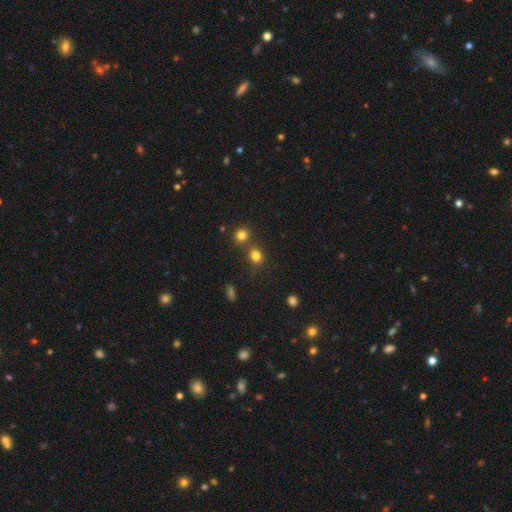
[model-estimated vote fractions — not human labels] This is likely a smooth galaxy (78%). How rounded: likely round (72%). Merging: likely none (63%).